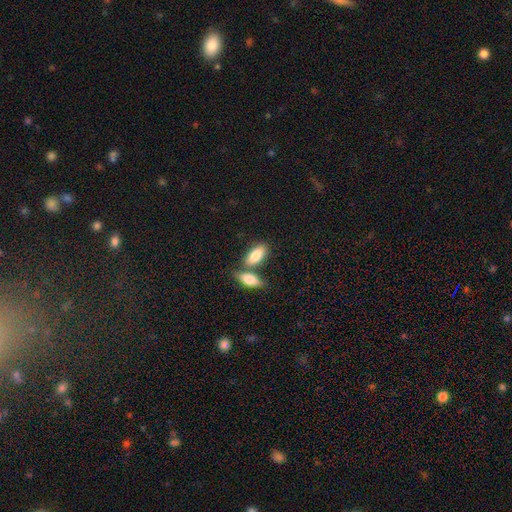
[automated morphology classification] A smooth galaxy with no disk features (81%) that is in between round and cigar-shaped (86%). Merging: none (51%).